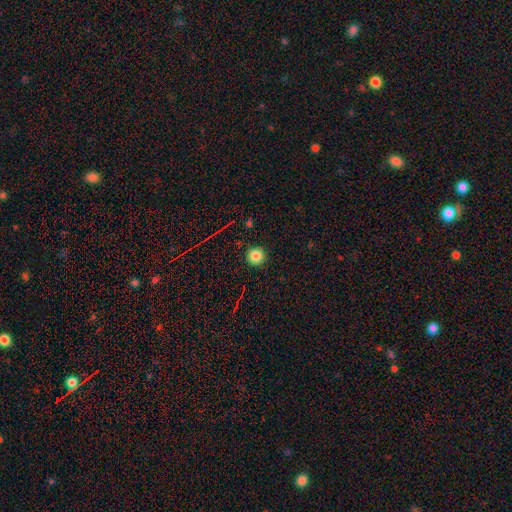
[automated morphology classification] This is clearly a smooth galaxy (81%). How rounded: clearly round (95%). Merging: clearly none (91%).